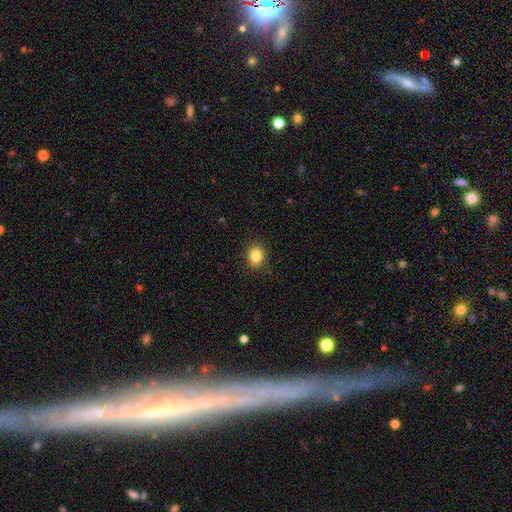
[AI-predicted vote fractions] The model was most divided on "how rounded": round: 61%, in between: 38%, cigar-shaped: 1%. More confident: merging — none (88%); smooth or featured — smooth (84%).